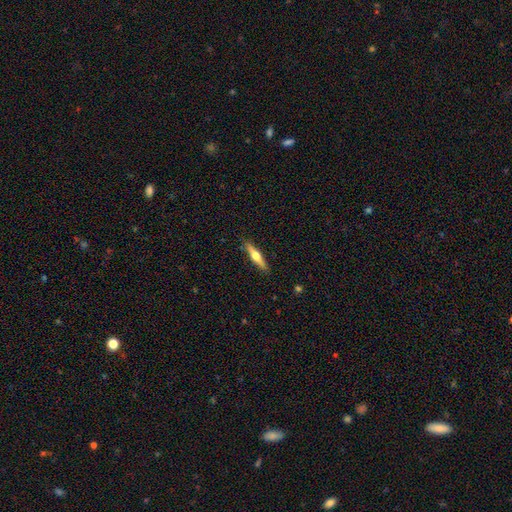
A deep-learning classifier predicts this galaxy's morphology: This is possibly a featured or disk galaxy (58%). It is clearly viewed edge-on (96%). Edge-on bulge: clearly rounded (94%). Merging: clearly none (89%).